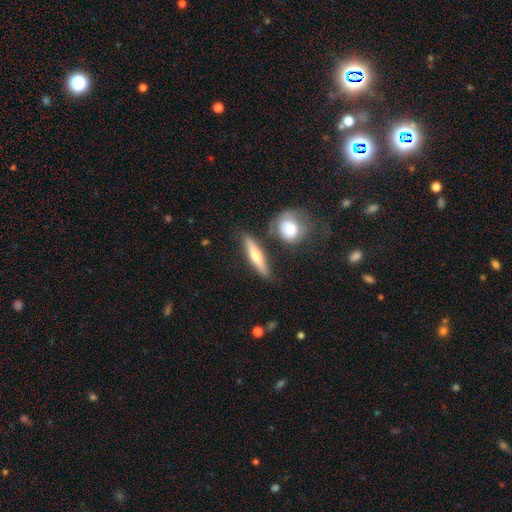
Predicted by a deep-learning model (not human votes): Morphology: type=smooth (53%); roundness=cigar-shaped (78%); merging=none (76%).